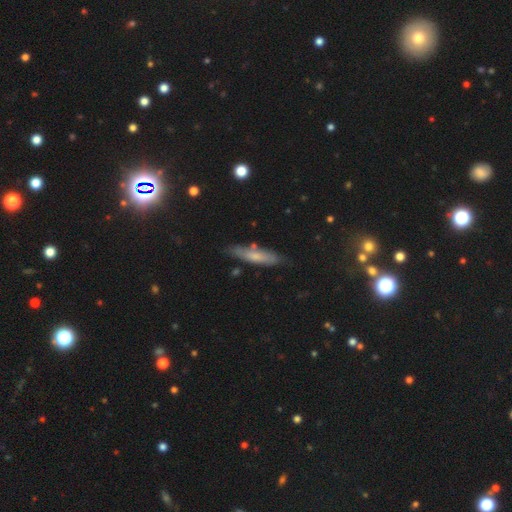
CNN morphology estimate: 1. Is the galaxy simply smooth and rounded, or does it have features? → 59% smooth, 35% featured or disk, 7% star or artifact.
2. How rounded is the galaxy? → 77% cigar-shaped, 21% in between, 2% round.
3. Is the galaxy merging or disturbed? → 74% none, 19% minor disturbance, 4% major disturbance, 4% merger.